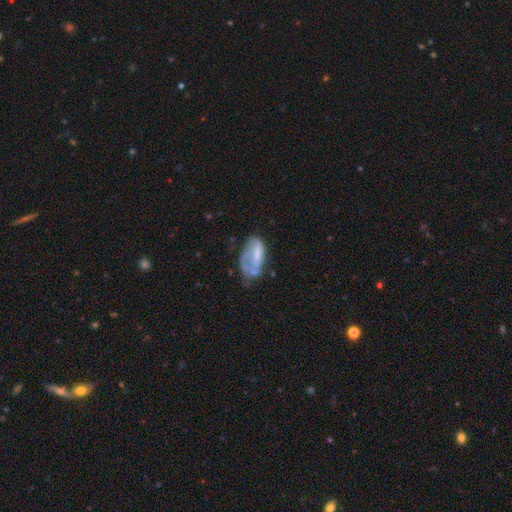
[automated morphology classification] Smooth or featured? Predicted: featured or disk (p=0.51). Edge-on disk? Predicted: no (p=0.93). Merging? Predicted: major disturbance (p=0.31).